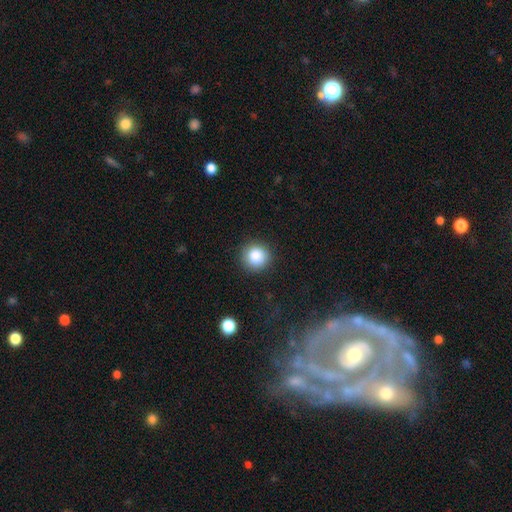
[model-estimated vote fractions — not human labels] smooth 86%, star or artifact 10%, featured or disk 5%. Down the decision tree: how rounded — round (94%); merging — none (89%).